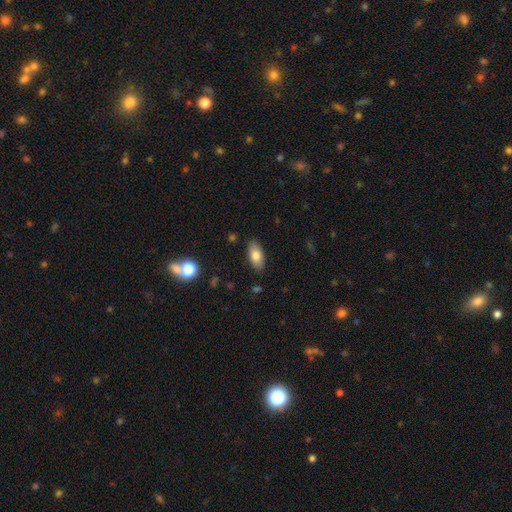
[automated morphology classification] This is likely a smooth galaxy (78%). How rounded: clearly in between (88%). Merging: clearly none (86%).